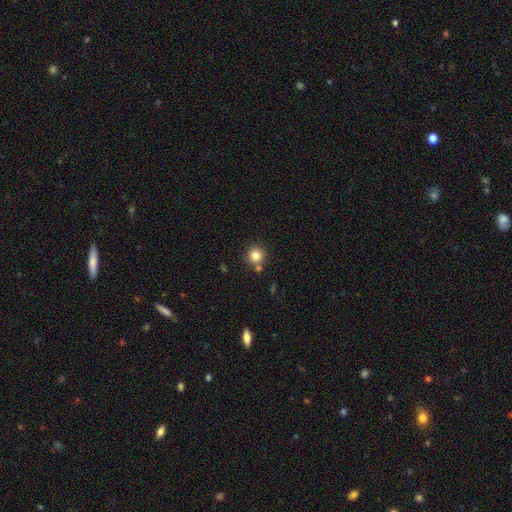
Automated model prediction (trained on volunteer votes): Smooth or featured?
  - smooth: 82% *
  - star or artifact: 12%
  - featured or disk: 7%
How rounded?
  - round: 93% *
  - in between: 6%
  - cigar-shaped: 1%
Merging?
  - none: 77% *
  - merger: 11%
  - minor disturbance: 9%
  - major disturbance: 3%